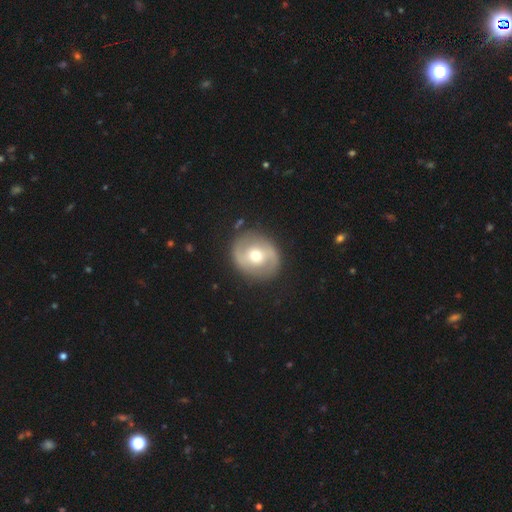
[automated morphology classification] Smooth or featured?
  - featured or disk: 64% *
  - smooth: 31%
  - star or artifact: 5%
Edge-on disk?
  - no: 97% *
  - yes: 3%
Bar?
  - no: 44% *
  - weak: 35%
  - strong: 20%
Spiral arms?
  - yes: 63% *
  - no: 37%
Bulge size?
  - moderate: 74% *
  - small: 14%
  - large: 10%
  - dominant: 1%
  - none: 1%
Merging?
  - none: 86% *
  - minor disturbance: 9%
  - major disturbance: 4%
  - merger: 1%